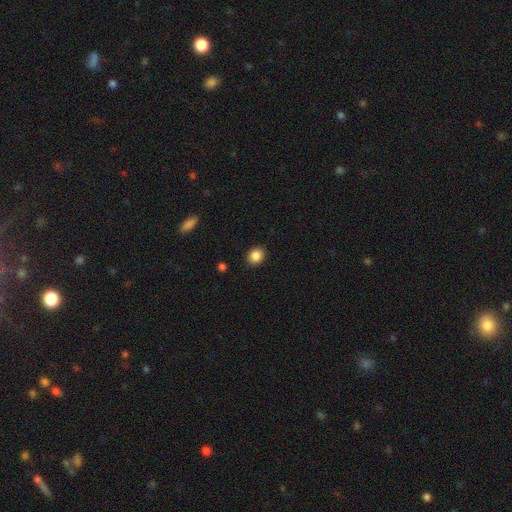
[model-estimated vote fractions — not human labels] smooth_or_featured: smooth (p=0.86) [alt: star or artifact p=0.09]
how_rounded: round (p=0.63) [alt: in between p=0.36]
merging: none (p=0.89) [alt: minor disturbance p=0.07]